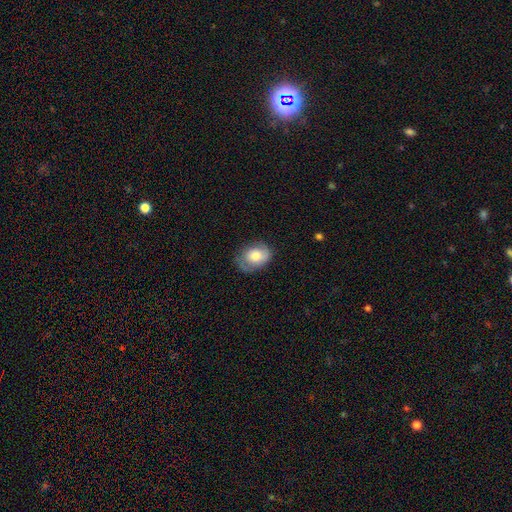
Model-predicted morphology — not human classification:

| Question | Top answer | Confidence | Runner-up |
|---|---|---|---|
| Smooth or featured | smooth | 69% | featured or disk (24%) |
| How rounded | in between | 61% | round (38%) |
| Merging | none | 64% | minor disturbance (26%) |